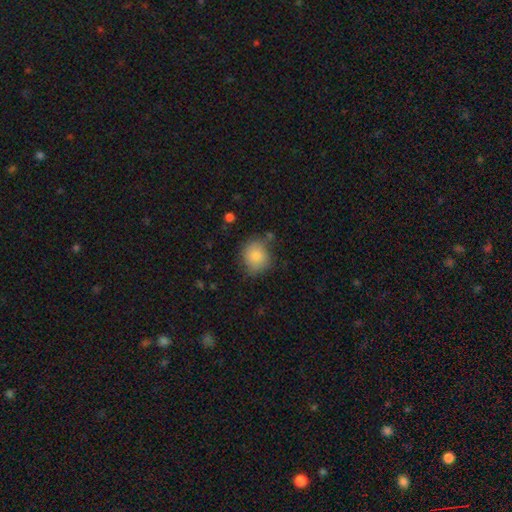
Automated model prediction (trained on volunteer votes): Smooth or featured?
  - smooth: 80% *
  - featured or disk: 11%
  - star or artifact: 9%
How rounded?
  - round: 80% *
  - in between: 19%
  - cigar-shaped: 1%
Merging?
  - none: 69% *
  - minor disturbance: 22%
  - major disturbance: 5%
  - merger: 4%